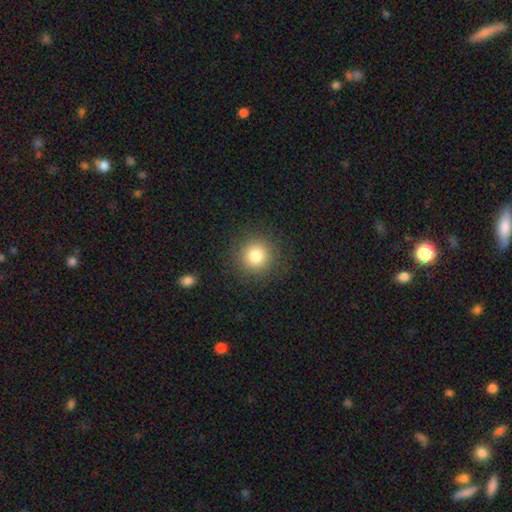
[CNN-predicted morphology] Smooth or featured? smooth (81%)
How rounded? round (94%)
Merging? none (90%)